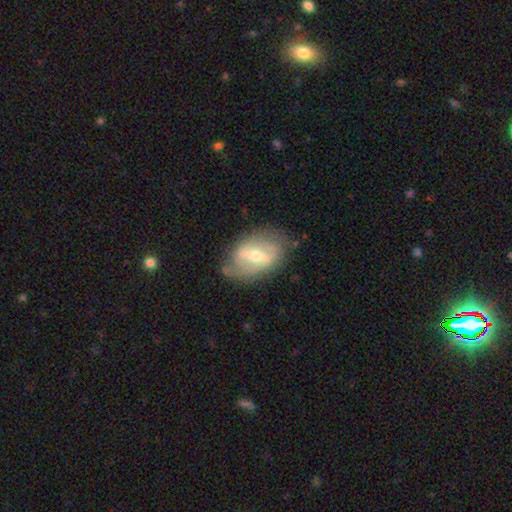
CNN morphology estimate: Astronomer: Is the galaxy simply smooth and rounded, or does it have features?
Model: featured or disk — 69%.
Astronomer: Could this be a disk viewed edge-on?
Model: no — 93%.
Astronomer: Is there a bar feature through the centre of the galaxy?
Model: strong — 49% (runner-up: weak, 38%).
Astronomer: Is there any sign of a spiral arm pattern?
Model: yes — 60% (runner-up: no, 40%).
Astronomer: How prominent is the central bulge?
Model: moderate — 64%.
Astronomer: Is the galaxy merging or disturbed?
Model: none — 68%.